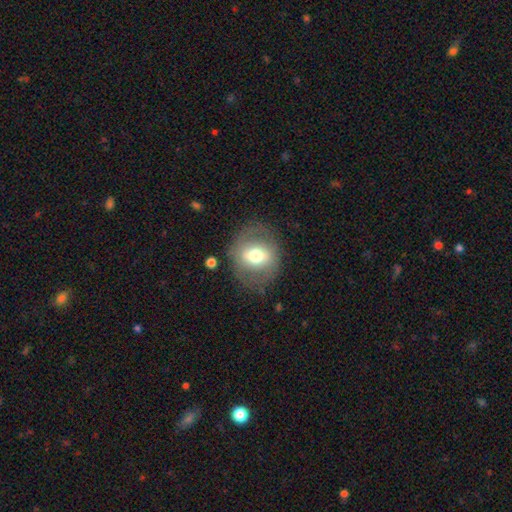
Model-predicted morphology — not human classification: Q: Smooth or featured?
A: smooth (49%); runner-up: featured or disk (43%)
Q: Merging?
A: none (77%); runner-up: minor disturbance (13%)